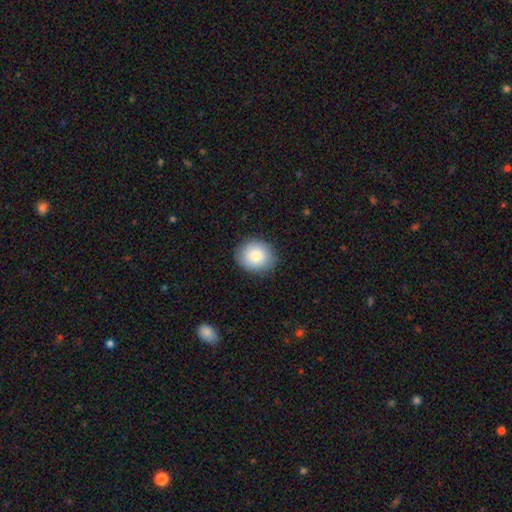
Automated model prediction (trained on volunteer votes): Smooth or featured? smooth (83%)
How rounded? round (73%)
Merging? none (85%)